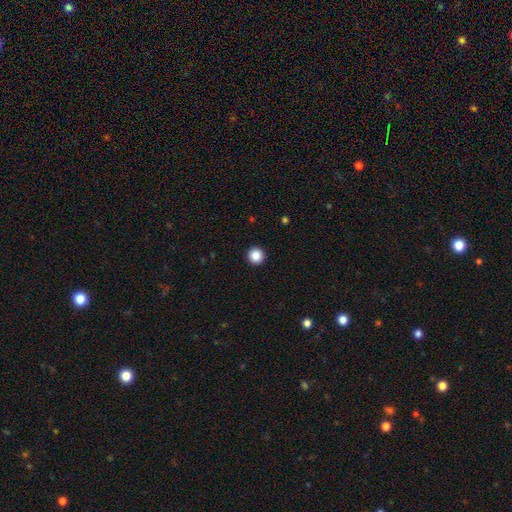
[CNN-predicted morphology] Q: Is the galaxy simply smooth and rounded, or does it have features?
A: smooth — 86%.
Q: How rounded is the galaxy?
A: round — 96%.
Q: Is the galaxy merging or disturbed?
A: none — 94%.